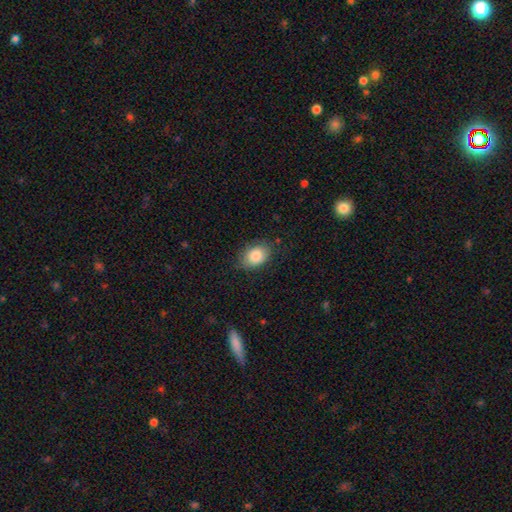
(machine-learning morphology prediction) smooth_or_featured: smooth (p=0.85) [alt: featured or disk p=0.07]
how_rounded: in between (p=0.78) [alt: round p=0.21]
merging: none (p=0.77) [alt: minor disturbance p=0.18]